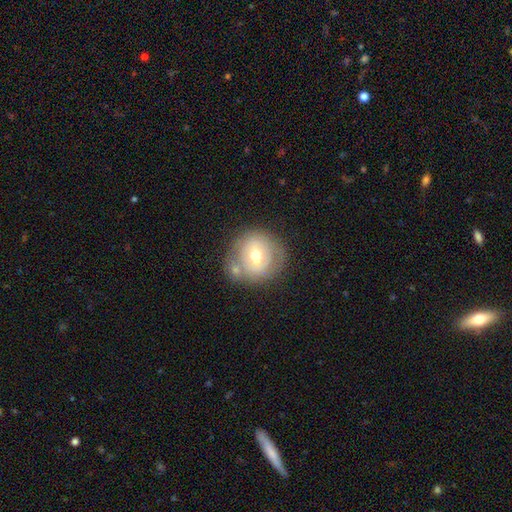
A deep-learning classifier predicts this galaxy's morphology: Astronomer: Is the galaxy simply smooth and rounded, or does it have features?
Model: smooth — 46%, tied with featured or disk at 46%.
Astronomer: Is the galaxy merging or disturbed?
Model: none — 62%.